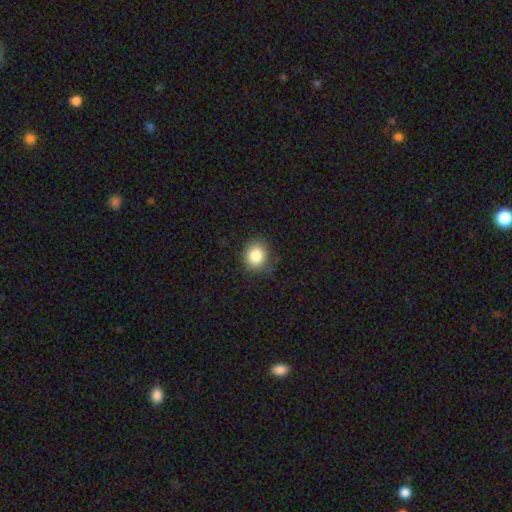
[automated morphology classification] The model was most divided on "how rounded": round: 73%, in between: 26%, cigar-shaped: 1%. More confident: smooth or featured — smooth (84%); merging — none (79%).